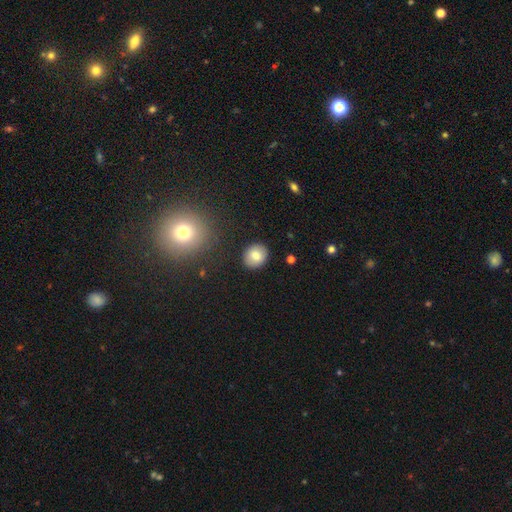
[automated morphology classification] A smooth galaxy with no disk features (80%) that is round (67%). Merging: none (89%).